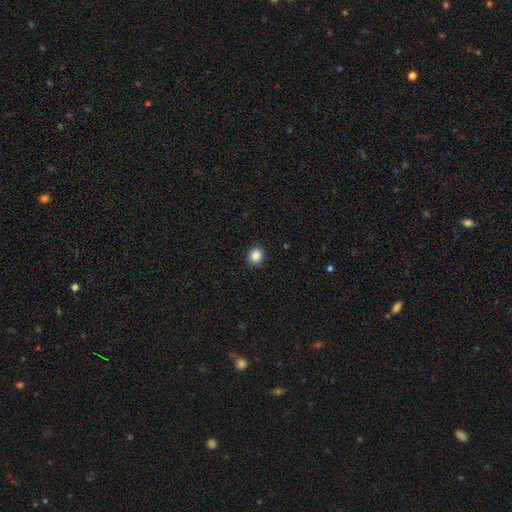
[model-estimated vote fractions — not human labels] The model was most divided on "how rounded": round: 85%, in between: 14%, cigar-shaped: 1%. More confident: merging — none (91%); smooth or featured — smooth (87%).